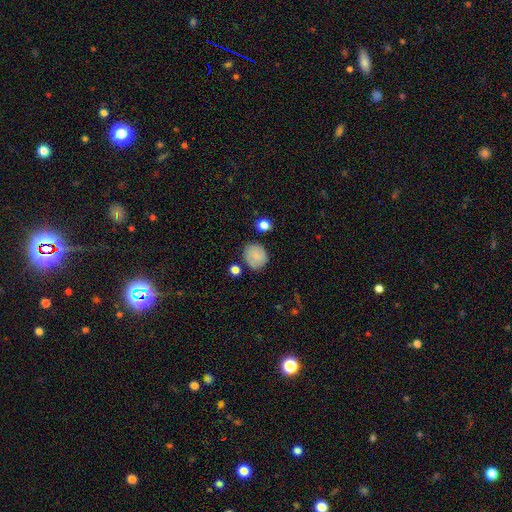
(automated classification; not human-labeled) smooth 79%, featured or disk 12%, star or artifact 9%. Down the decision tree: how rounded — round (77%); merging — none (77%).